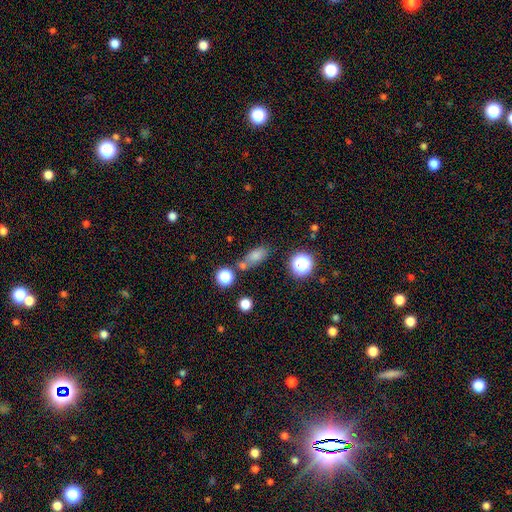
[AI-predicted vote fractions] Smooth or featured? smooth (74%)
How rounded? in between (72%)
Merging? none (61%)